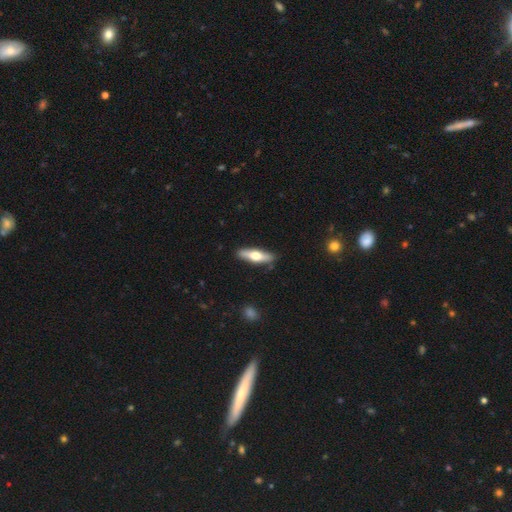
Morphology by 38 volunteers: Smooth or featured?
  - featured or disk: 53% *
  - smooth: 47%
  - star or artifact: 0%
Edge-on disk?
  - yes: 60% *
  - no: 40%
Edge-on bulge?
  - rounded: 100% *
  - boxy: 0%
  - none: 0%
Merging?
  - none: 89% *
  - minor disturbance: 8%
  - major disturbance: 3%
  - merger: 0%